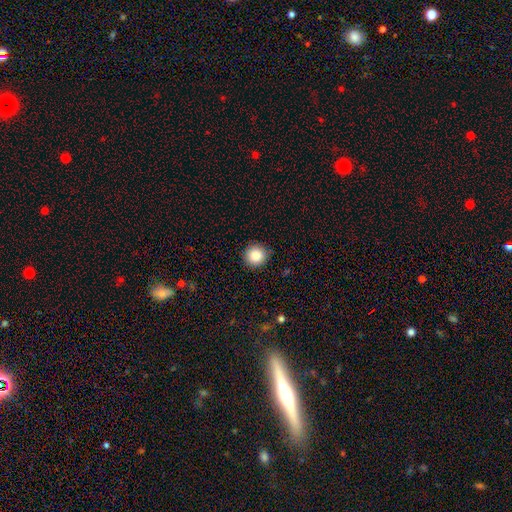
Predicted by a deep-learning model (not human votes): Q: Smooth or featured?
A: smooth (86%); runner-up: star or artifact (9%)
Q: How rounded?
A: round (95%); runner-up: in between (5%)
Q: Merging?
A: none (90%); runner-up: minor disturbance (7%)